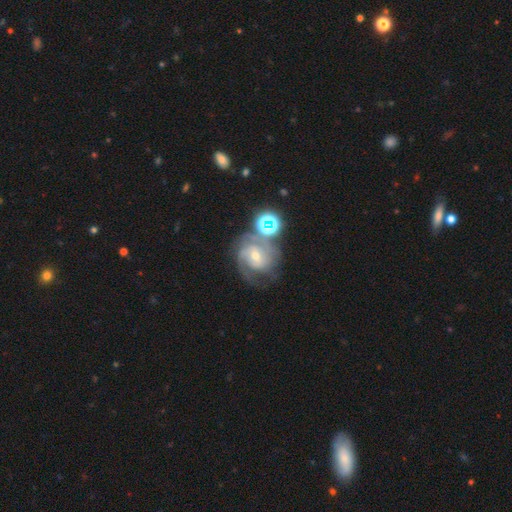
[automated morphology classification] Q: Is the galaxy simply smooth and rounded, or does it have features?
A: featured or disk — 80%.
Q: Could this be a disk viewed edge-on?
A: no — 97%.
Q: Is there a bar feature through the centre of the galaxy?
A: no — 54%.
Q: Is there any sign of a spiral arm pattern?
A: yes — 95%.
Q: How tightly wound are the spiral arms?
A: tight — 54%.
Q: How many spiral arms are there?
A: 2 — 34%.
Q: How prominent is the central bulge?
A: small — 56%.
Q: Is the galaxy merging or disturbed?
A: none — 54%.